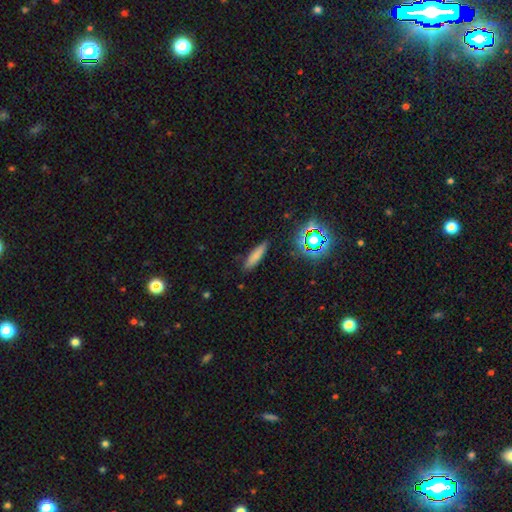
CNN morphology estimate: smooth-or-featured: smooth: 77% | star or artifact: 13% | featured or disk: 10%
  how-rounded: cigar-shaped: 73% | in between: 25% | round: 2%
  merging: none: 86% | minor disturbance: 10% | major disturbance: 2% | merger: 1%